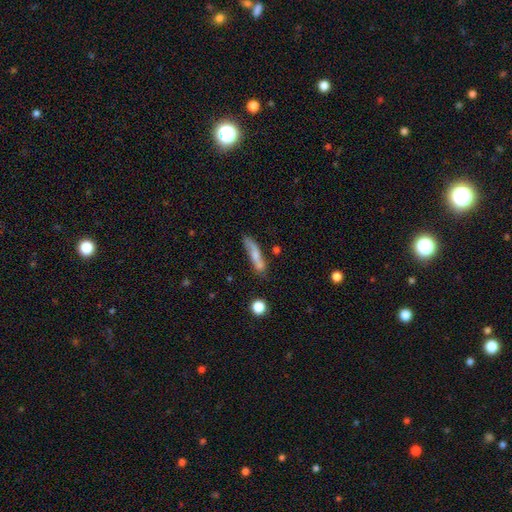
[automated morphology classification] Smooth or featured? Predicted: smooth (p=0.58). How rounded? Predicted: cigar-shaped (p=0.79). Merging? Predicted: none (p=0.64).